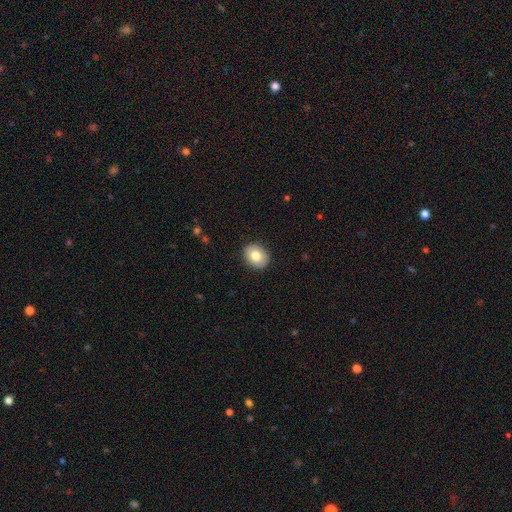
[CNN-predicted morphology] Smooth or featured: smooth — 78% (featured or disk — 15%)
How rounded: round — 50% (in between — 49%)
Merging: none — 90% (minor disturbance — 7%)